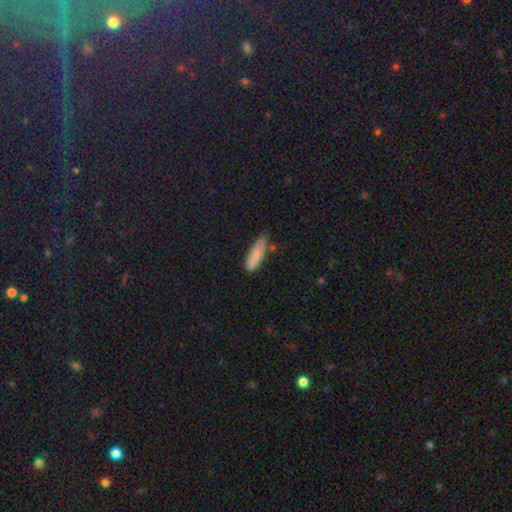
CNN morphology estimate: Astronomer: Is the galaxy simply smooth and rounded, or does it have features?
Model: smooth — 84%.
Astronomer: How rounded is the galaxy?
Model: cigar-shaped — 55% (runner-up: in between, 43%).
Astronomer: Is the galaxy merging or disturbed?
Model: none — 68%.